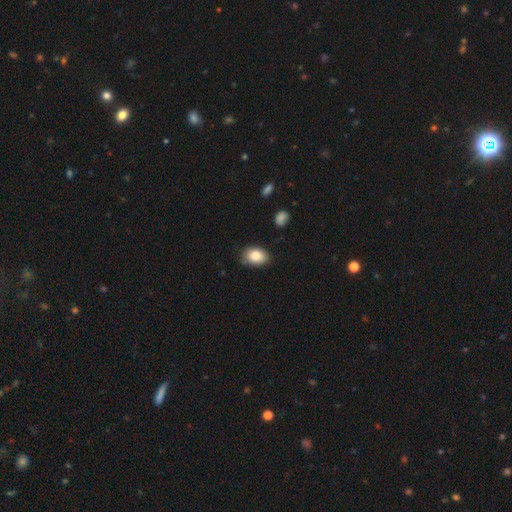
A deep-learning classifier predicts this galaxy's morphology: type=smooth (86%); roundness=in between (78%); merging=none (77%).